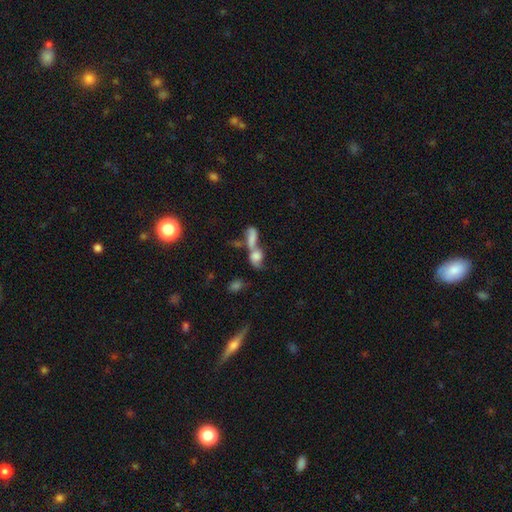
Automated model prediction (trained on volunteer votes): A smooth galaxy with no disk features (57%) that is in between round and cigar-shaped (64%). Merging: merger (70%).